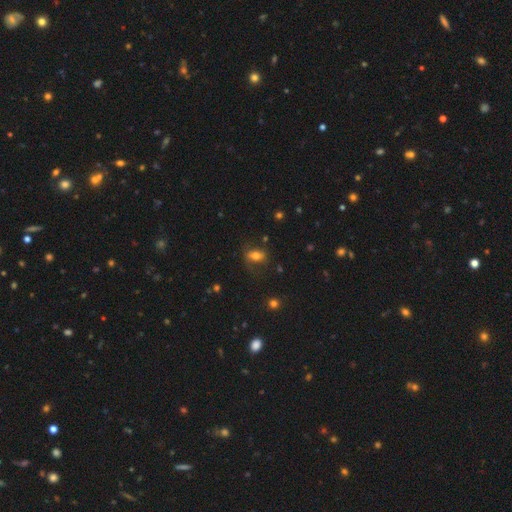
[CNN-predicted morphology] smooth 63%, featured or disk 25%, star or artifact 12%. Down the decision tree: how rounded — in between (78%); merging — none (59%).